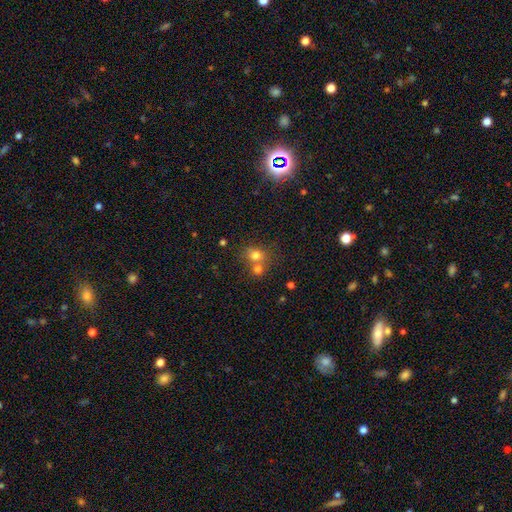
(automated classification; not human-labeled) smooth 75%, star or artifact 14%, featured or disk 11%. Down the decision tree: how rounded — round (72%); merging — merger (45%).